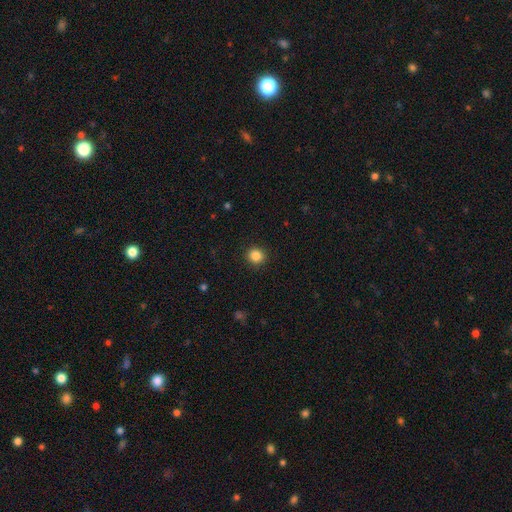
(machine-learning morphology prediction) smooth_or_featured: smooth (p=0.86) [alt: star or artifact p=0.10]
how_rounded: round (p=0.90) [alt: in between p=0.09]
merging: none (p=0.91) [alt: minor disturbance p=0.06]